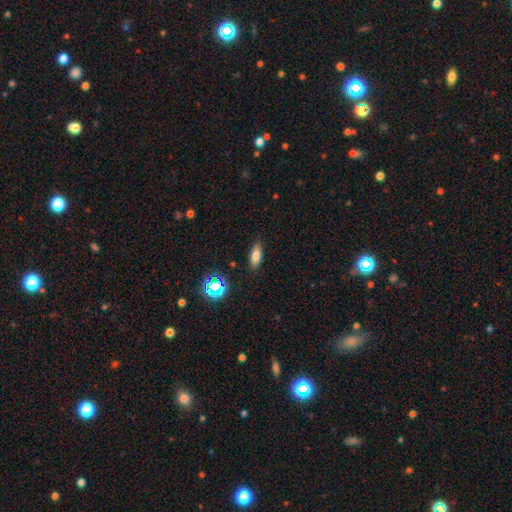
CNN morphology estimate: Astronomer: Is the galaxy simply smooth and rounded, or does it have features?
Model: smooth — 74%.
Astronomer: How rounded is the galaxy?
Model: in between — 71%.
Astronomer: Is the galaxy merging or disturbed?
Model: none — 87%.